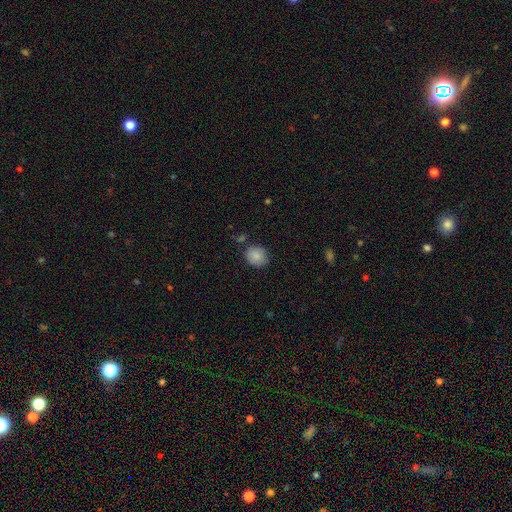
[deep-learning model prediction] Smooth or featured? Predicted: smooth (p=0.86). How rounded? Predicted: round (p=0.78). Merging? Predicted: none (p=0.79).